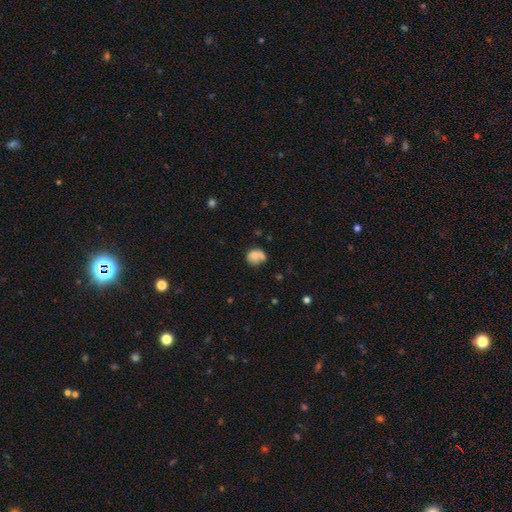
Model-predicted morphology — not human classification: Smooth or featured? smooth (68%)
How rounded? round (62%)
Merging? none (41%)